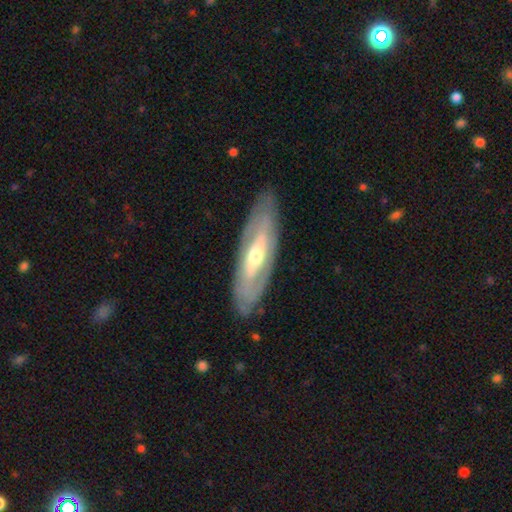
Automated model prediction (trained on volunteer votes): featured or disk 72%, smooth 23%, star or artifact 5%. Down the decision tree: edge-on disk — no (72%); bar — no (47%); spiral arms — yes (53%); bulge size — moderate (64%); merging — none (83%).